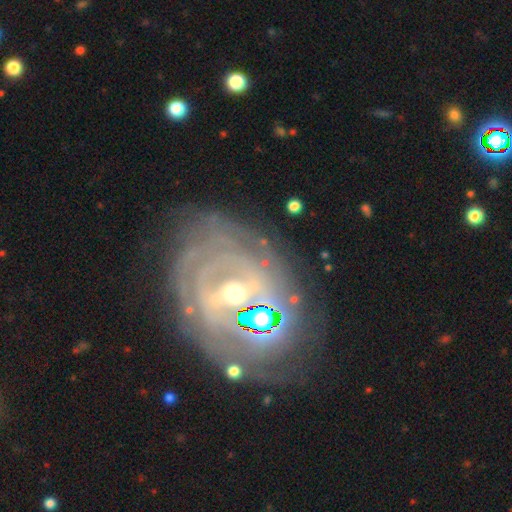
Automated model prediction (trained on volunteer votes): Smooth or featured? Predicted: featured or disk (p=0.81). Edge-on disk? Predicted: no (p=0.95). Bar? Predicted: weak (p=0.37). Spiral arms? Predicted: yes (p=0.89). Spiral winding? Predicted: tight (p=0.77). Spiral arm count? Predicted: can't tell (p=0.39). Bulge size? Predicted: moderate (p=0.48). Merging? Predicted: none (p=0.71).